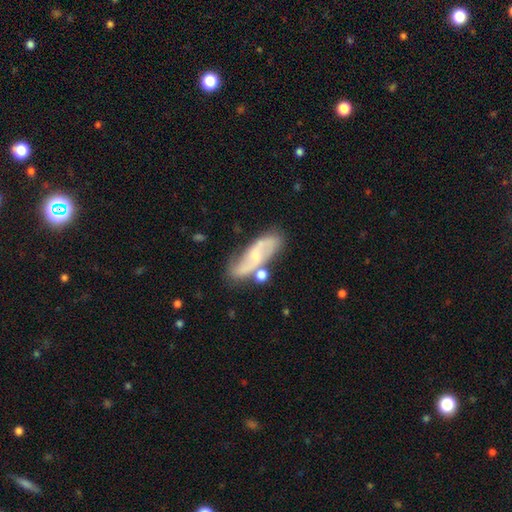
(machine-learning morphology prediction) Smooth or featured? Predicted: featured or disk (p=0.72). Edge-on disk? Predicted: no (p=0.89). Bar? Predicted: no (p=0.45). Spiral arms? Predicted: yes (p=0.91). Spiral winding? Predicted: loose (p=0.47). Spiral arm count? Predicted: 2 (p=0.87). Bulge size? Predicted: small (p=0.60). Merging? Predicted: none (p=0.67).